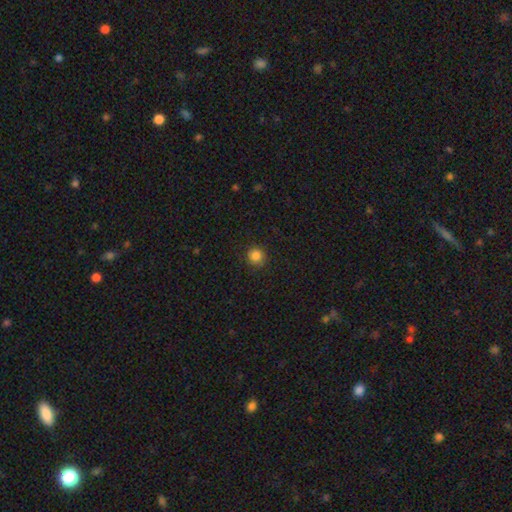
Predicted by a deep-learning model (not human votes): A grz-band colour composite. It shows a smooth galaxy with no disk features (85%) that is round (93%). Merging: none (89%).